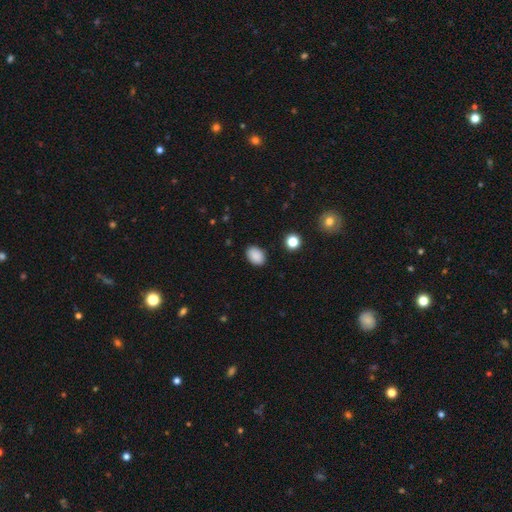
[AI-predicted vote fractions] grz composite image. It shows a smooth galaxy with no disk features (88%) that is in between round and cigar-shaped (79%). Merging: none (88%).